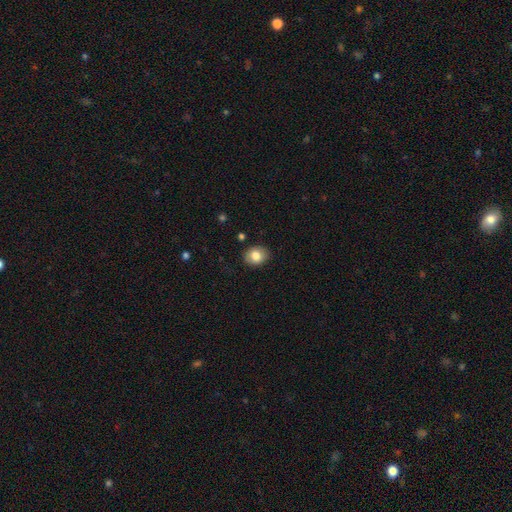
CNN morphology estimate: This is clearly a smooth galaxy (81%). How rounded: possibly round (52%). Merging: clearly none (87%).